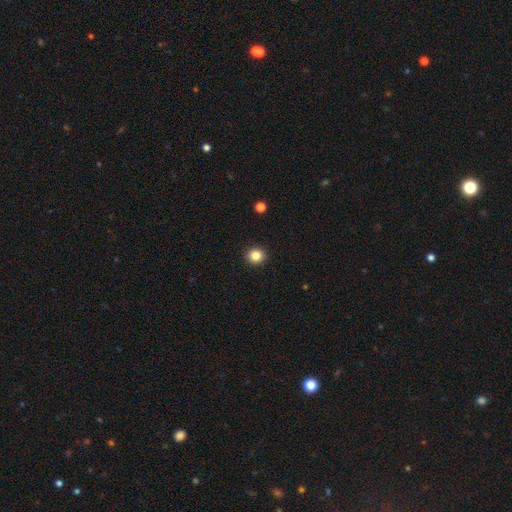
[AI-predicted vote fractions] smooth_or_featured: smooth (p=0.84) [alt: star or artifact p=0.11]
how_rounded: round (p=0.91) [alt: in between p=0.08]
merging: none (p=0.93) [alt: minor disturbance p=0.05]